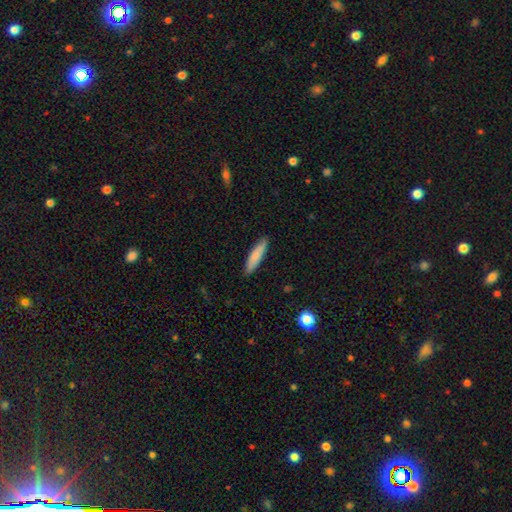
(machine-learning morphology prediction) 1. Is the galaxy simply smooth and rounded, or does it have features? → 80% smooth, 14% featured or disk, 6% star or artifact.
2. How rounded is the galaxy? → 79% cigar-shaped, 20% in between, 1% round.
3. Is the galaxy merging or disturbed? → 85% none, 11% minor disturbance, 2% major disturbance, 1% merger.